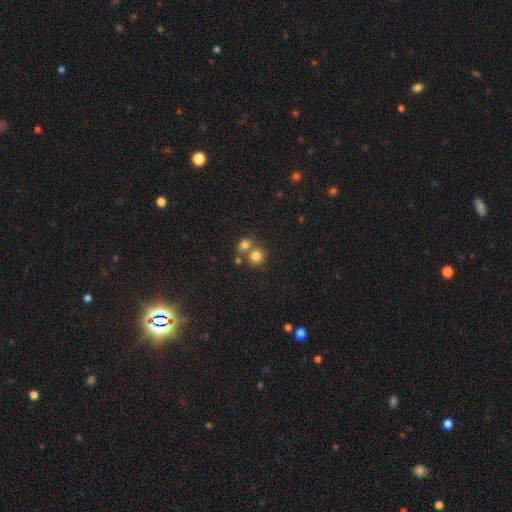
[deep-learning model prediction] Smooth or featured: smooth — 78% (star or artifact — 12%)
How rounded: round — 79% (in between — 20%)
Merging: none — 46% (merger — 43%)